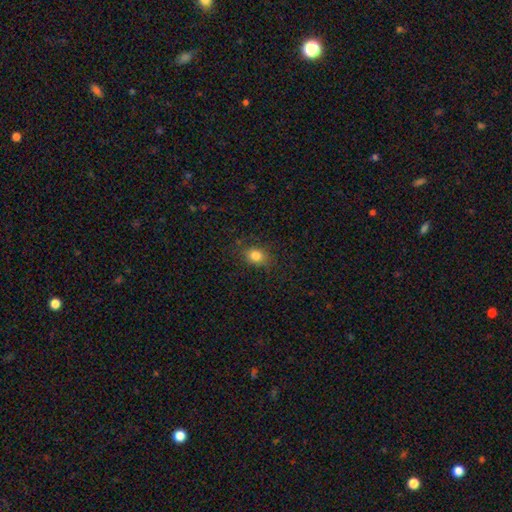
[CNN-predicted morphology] smooth_or_featured: smooth (p=0.82) [alt: star or artifact p=0.12]
how_rounded: in between (p=0.56) [alt: round p=0.43]
merging: none (p=0.81) [alt: minor disturbance p=0.14]